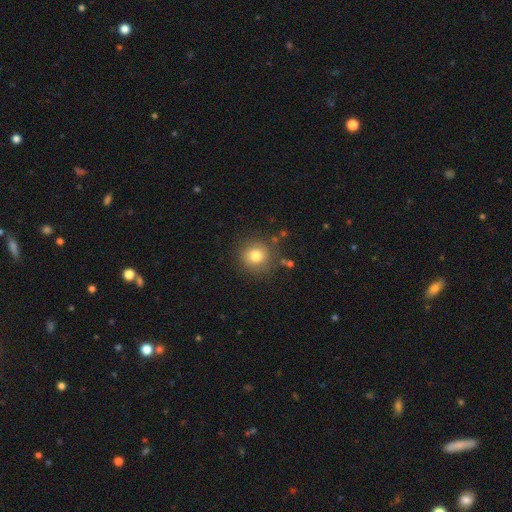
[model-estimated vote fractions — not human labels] The model was most divided on "smooth or featured": smooth: 79%, star or artifact: 12%, featured or disk: 9%. More confident: how rounded — round (91%); merging — none (82%).